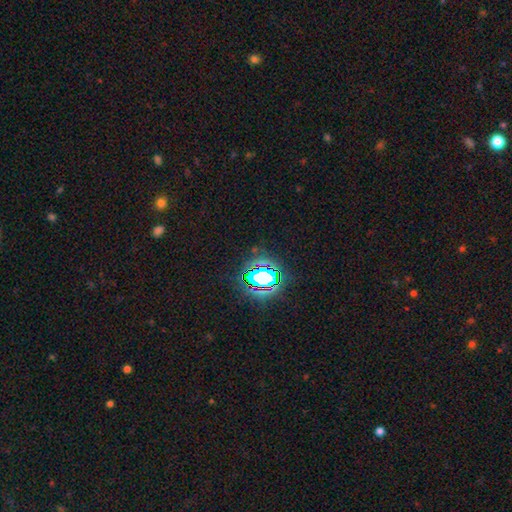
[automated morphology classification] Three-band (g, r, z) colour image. It shows a star or artifact, not a galaxy (80%).